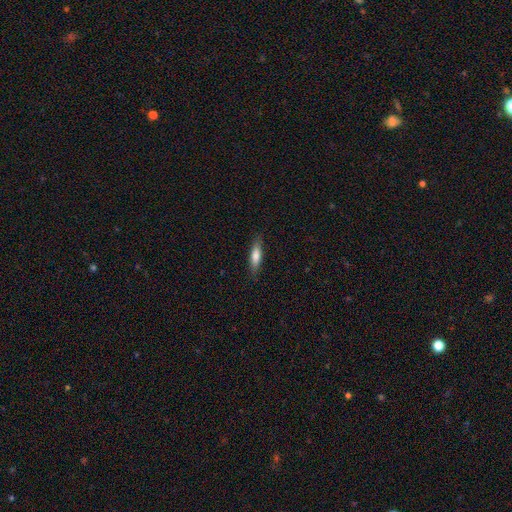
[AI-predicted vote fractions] A smooth galaxy with no disk features (72%) that is cigar-shaped (68%).

Vote fractions:
- Smooth or featured? smooth: 72% / featured or disk: 22% / star or artifact: 6%
- How rounded? cigar-shaped: 68% / in between: 30% / round: 2%
- Merging? none: 85% / minor disturbance: 11% / major disturbance: 2% / merger: 1%